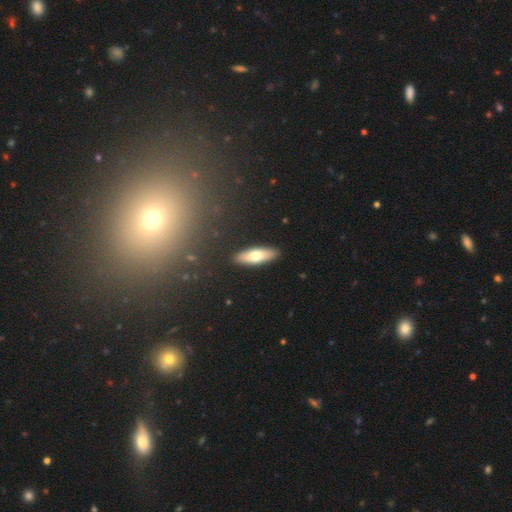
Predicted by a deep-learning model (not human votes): Smooth or featured? Predicted: smooth (p=0.66). How rounded? Predicted: in between (p=0.56). Merging? Predicted: none (p=0.89).